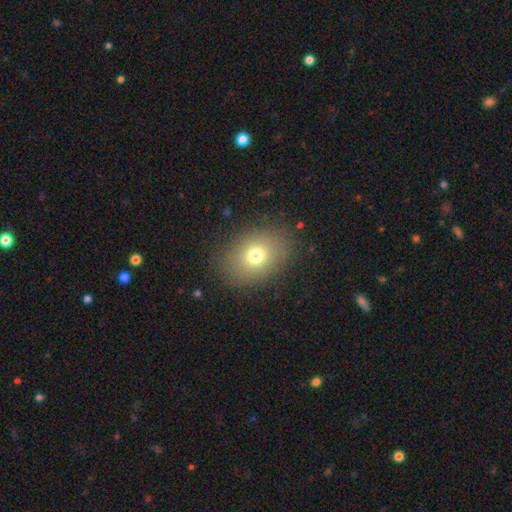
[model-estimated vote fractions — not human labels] The model was most divided on "how rounded": in between: 62%, round: 37%, cigar-shaped: 1%. More confident: merging — none (85%); smooth or featured — smooth (74%).